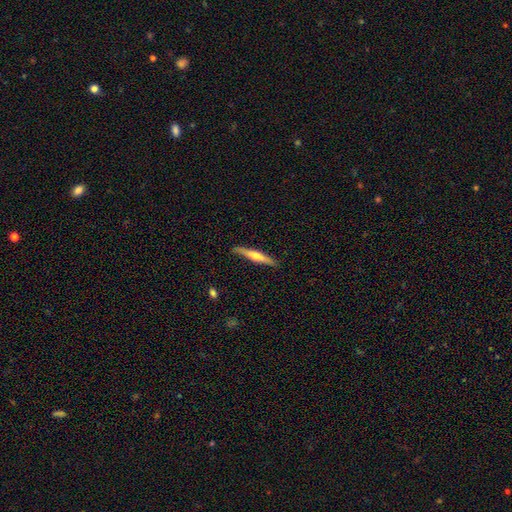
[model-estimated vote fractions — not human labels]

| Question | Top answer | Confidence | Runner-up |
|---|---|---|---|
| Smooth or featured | featured or disk | 53% | smooth (41%) |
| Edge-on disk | yes | 96% | no (4%) |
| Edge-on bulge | rounded | 78% | none (15%) |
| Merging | none | 87% | minor disturbance (10%) |